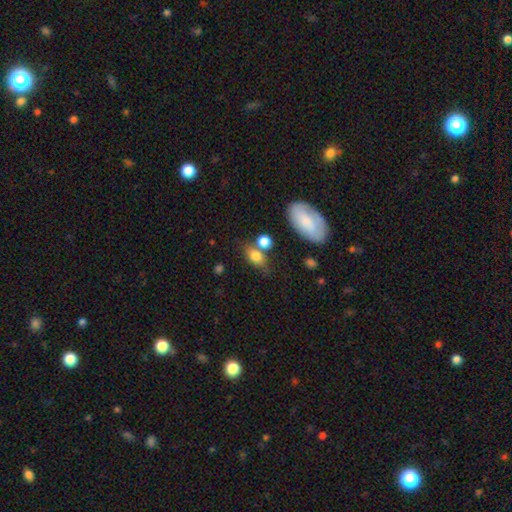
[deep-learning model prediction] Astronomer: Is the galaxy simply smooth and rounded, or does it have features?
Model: smooth — 79%.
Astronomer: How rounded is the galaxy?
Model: in between — 67%.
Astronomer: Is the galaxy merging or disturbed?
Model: none — 55%.